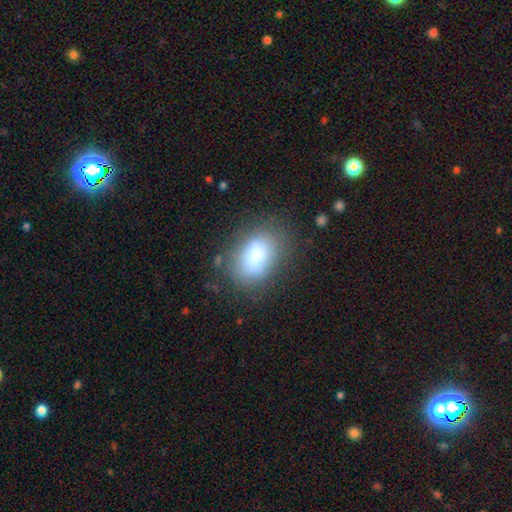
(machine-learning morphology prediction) Smooth or featured?
  - smooth: 80% *
  - featured or disk: 11%
  - star or artifact: 9%
How rounded?
  - in between: 81% *
  - round: 17%
  - cigar-shaped: 2%
Merging?
  - none: 68% *
  - minor disturbance: 19%
  - major disturbance: 10%
  - merger: 3%